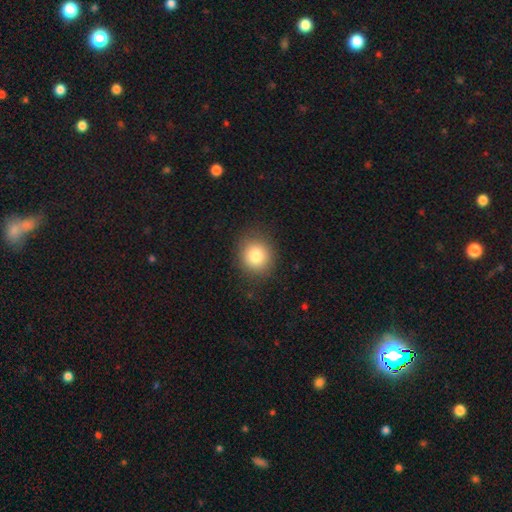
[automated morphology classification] This is clearly a smooth galaxy (81%). How rounded: clearly round (85%). Merging: clearly none (87%).